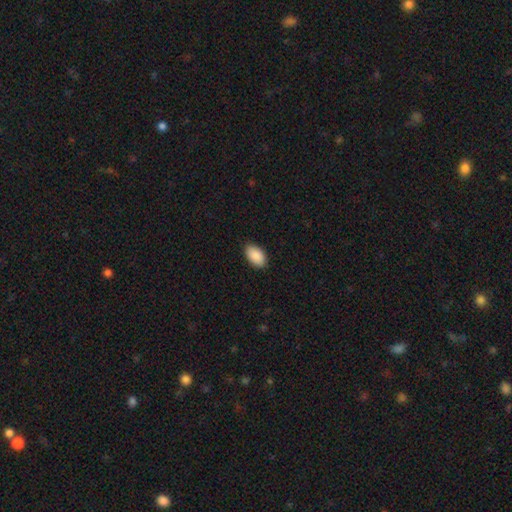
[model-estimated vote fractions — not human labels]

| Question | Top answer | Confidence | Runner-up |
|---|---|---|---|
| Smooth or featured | smooth | 91% | star or artifact (6%) |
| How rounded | in between | 94% | round (4%) |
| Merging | none | 88% | minor disturbance (9%) |